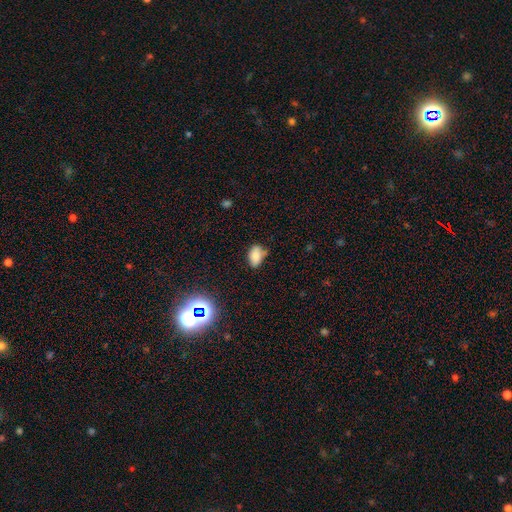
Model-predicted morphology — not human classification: smooth 78%, star or artifact 12%, featured or disk 9%. Down the decision tree: how rounded — in between (86%); merging — none (56%).